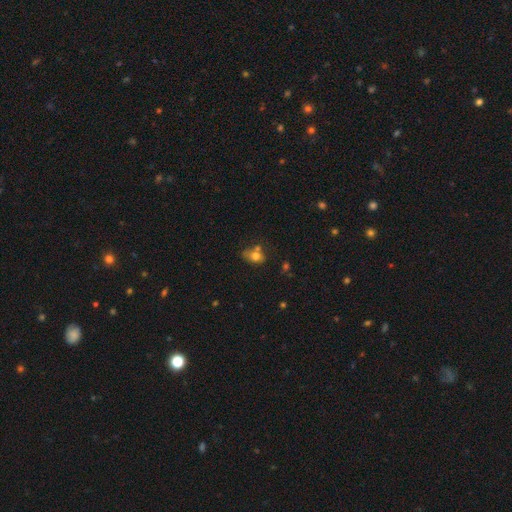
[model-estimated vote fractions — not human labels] This appears to be a smooth galaxy with no disk features (74%) that is in between round and cigar-shaped (65%). Merging: none (42%).